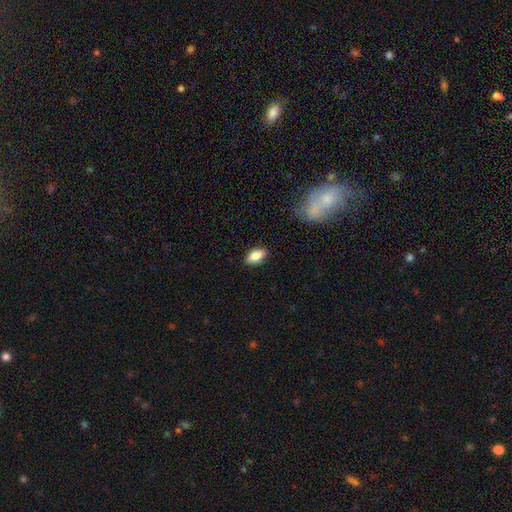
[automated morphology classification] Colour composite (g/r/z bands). It shows a smooth galaxy with no disk features (85%) that is in between round and cigar-shaped (90%). Merging: none (88%).